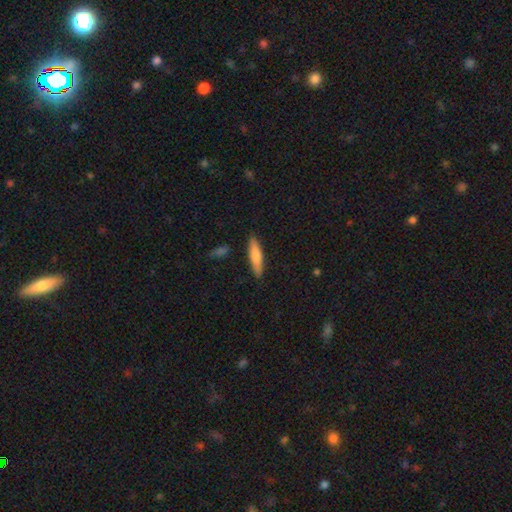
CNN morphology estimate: A smooth galaxy with no disk features (75%) that is cigar-shaped (77%).

Vote fractions:
- Smooth or featured? smooth: 75% / featured or disk: 19% / star or artifact: 6%
- How rounded? cigar-shaped: 77% / in between: 21% / round: 2%
- Merging? none: 87% / minor disturbance: 9% / major disturbance: 2% / merger: 2%